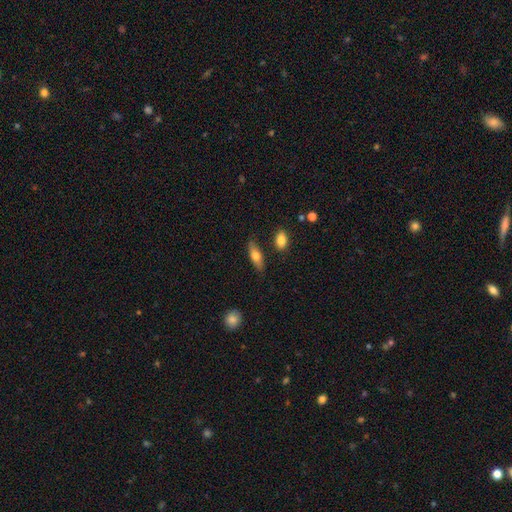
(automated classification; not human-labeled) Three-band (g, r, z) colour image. It shows a smooth galaxy with no disk features (62%) that is in between round and cigar-shaped (56%). Merging: none (79%).